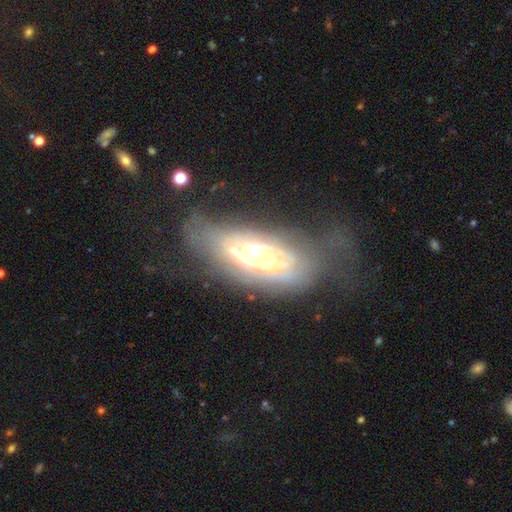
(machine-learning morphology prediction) Q: Smooth or featured?
A: featured or disk (75%); runner-up: smooth (17%)
Q: Edge-on disk?
A: no (83%); runner-up: yes (17%)
Q: Bar?
A: no (75%); runner-up: weak (18%)
Q: Spiral arms?
A: yes (67%); runner-up: no (33%)
Q: Bulge size?
A: moderate (52%); runner-up: small (29%)
Q: Merging?
A: none (40%); runner-up: major disturbance (31%)